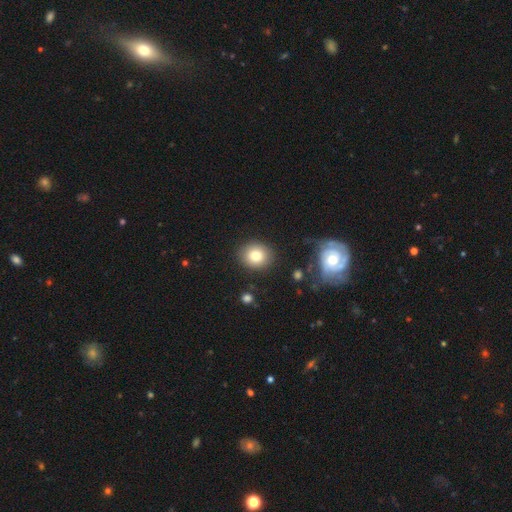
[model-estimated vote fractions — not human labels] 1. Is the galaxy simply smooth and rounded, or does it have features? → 82% smooth, 9% star or artifact, 9% featured or disk.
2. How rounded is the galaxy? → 75% round, 24% in between, 1% cigar-shaped.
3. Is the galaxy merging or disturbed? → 86% none, 9% minor disturbance, 3% major disturbance, 2% merger.